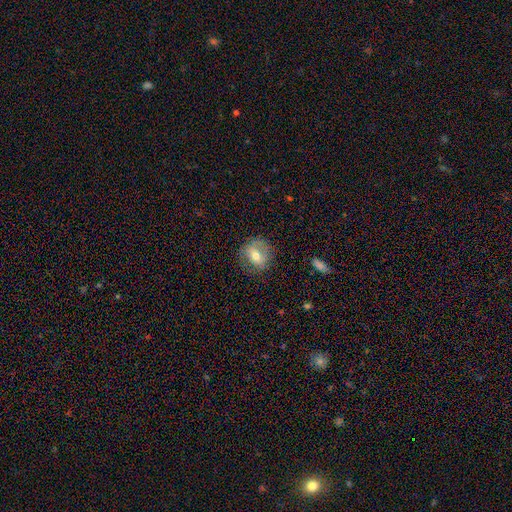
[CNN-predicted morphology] Smooth or featured?
  - smooth: 54% *
  - featured or disk: 37%
  - star or artifact: 9%
How rounded?
  - round: 75% *
  - in between: 23%
  - cigar-shaped: 1%
Merging?
  - none: 76% *
  - minor disturbance: 16%
  - major disturbance: 7%
  - merger: 1%